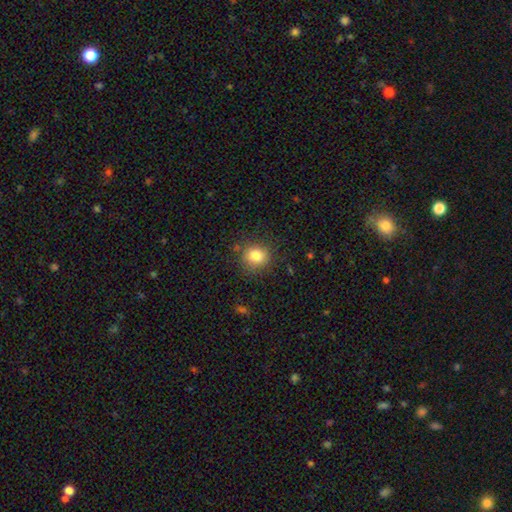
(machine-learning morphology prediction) type=smooth (83%); roundness=round (79%); merging=none (82%).